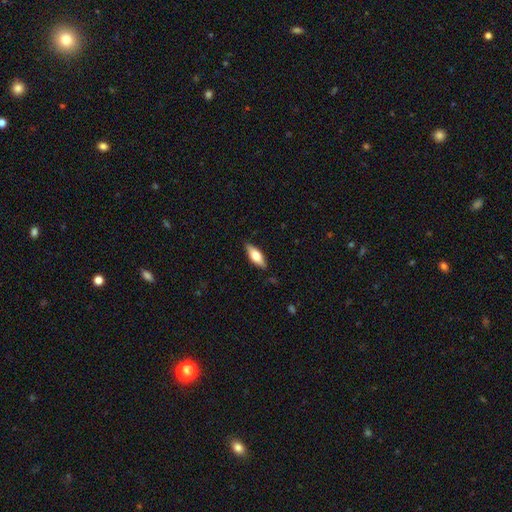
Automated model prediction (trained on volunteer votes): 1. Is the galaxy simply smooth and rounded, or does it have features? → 63% smooth, 31% featured or disk, 6% star or artifact.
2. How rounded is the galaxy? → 68% in between, 30% cigar-shaped, 2% round.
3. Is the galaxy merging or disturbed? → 86% none, 11% minor disturbance, 2% major disturbance, 1% merger.